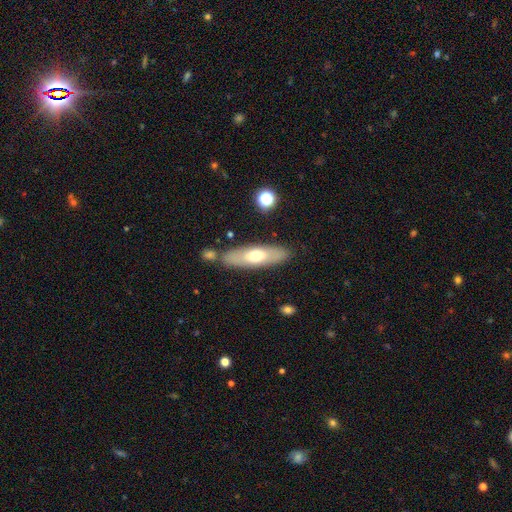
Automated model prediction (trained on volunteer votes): Smooth or featured: smooth — 57% (featured or disk — 37%)
How rounded: cigar-shaped — 53% (in between — 45%)
Merging: none — 81% (minor disturbance — 11%)